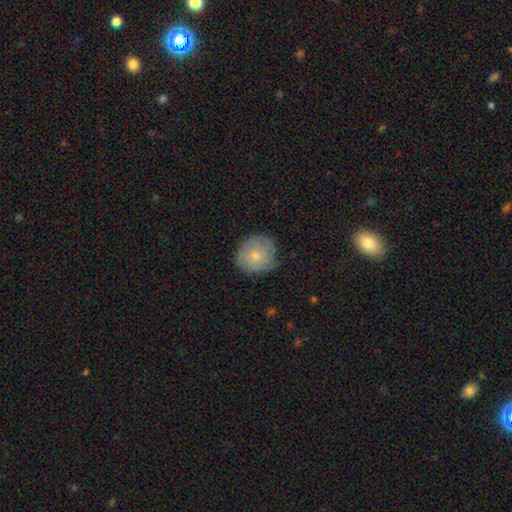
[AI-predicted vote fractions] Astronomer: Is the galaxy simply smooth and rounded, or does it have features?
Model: smooth — 56% (runner-up: featured or disk, 36%).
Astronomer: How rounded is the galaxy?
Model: round — 83%.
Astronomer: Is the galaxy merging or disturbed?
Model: none — 74%.